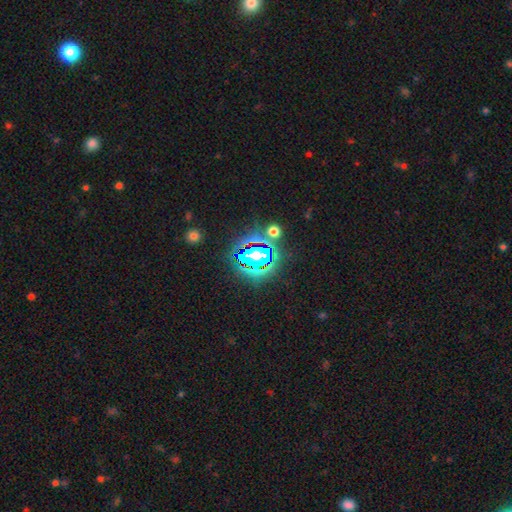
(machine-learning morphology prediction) This is likely a star or artifact rather than a galaxy (69%).